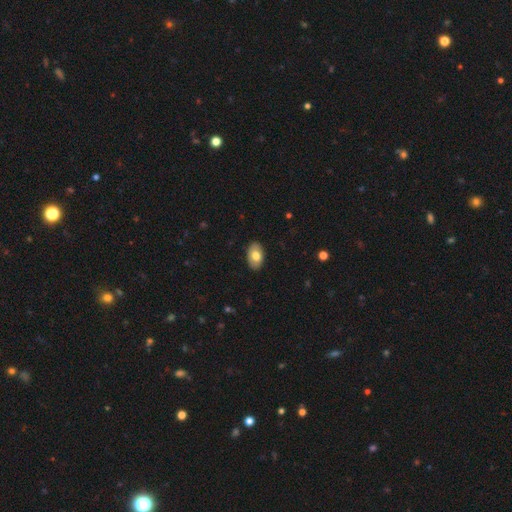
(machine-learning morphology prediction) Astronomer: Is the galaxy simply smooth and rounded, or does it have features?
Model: smooth — 74%.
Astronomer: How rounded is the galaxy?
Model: in between — 93%.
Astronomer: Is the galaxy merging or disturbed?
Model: none — 88%.